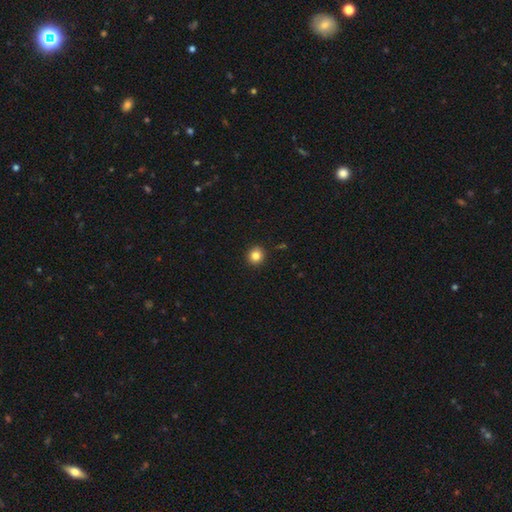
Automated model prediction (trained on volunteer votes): The model was most divided on "smooth or featured": smooth: 83%, star or artifact: 11%, featured or disk: 6%. More confident: merging — none (92%); how rounded — round (92%).